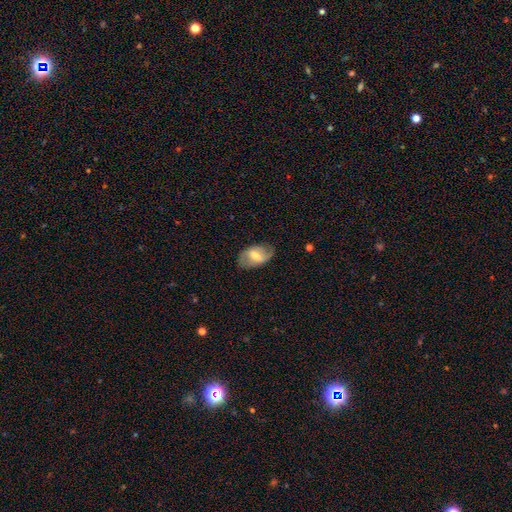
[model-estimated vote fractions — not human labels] This appears to be a featured or disk galaxy (59%) with a weak bar (49%), spiral arms (75%) and a moderate central bulge (58%). Merging: none (75%).